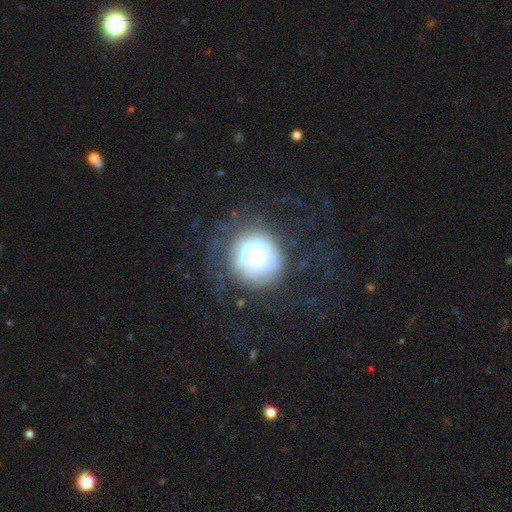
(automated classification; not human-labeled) Overall: featured or disk (60%; smooth 30%). Edge-on disk: no (97%). Bar: no (75%). Spiral arms: no (61%; yes 39%). Bulge size: moderate (37%; small 36%). Merging: none (48%; major disturbance 28%).